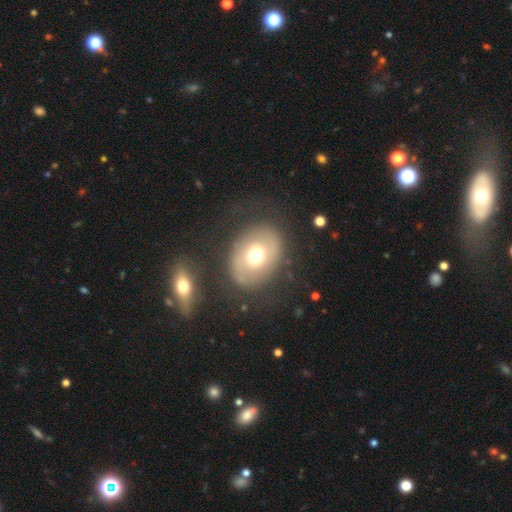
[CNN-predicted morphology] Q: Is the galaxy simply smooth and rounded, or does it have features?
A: smooth — 54%.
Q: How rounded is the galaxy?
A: in between — 55%.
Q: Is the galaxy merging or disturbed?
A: none — 77%.